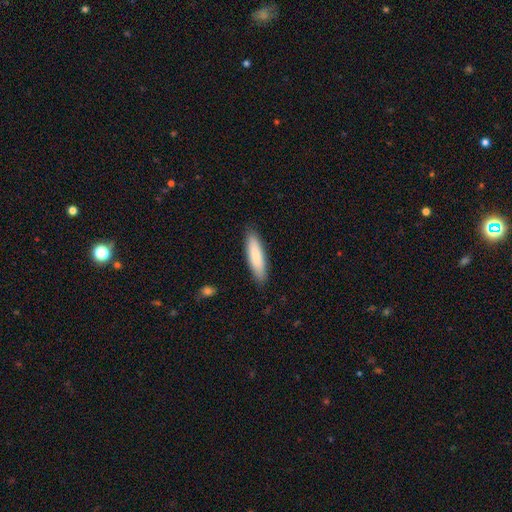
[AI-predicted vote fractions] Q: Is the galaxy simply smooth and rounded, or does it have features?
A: smooth — 81%.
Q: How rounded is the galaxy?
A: cigar-shaped — 73%.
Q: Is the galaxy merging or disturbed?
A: none — 88%.